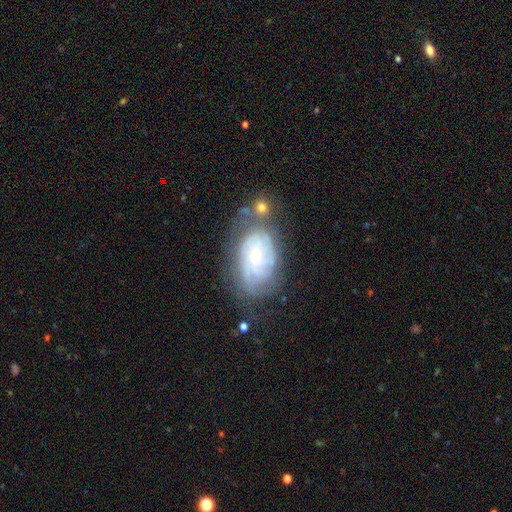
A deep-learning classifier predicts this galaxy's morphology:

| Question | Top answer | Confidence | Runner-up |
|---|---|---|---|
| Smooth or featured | featured or disk | 80% | smooth (13%) |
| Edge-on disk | no | 96% | yes (4%) |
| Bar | no | 74% | weak (21%) |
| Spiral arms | yes | 91% | no (9%) |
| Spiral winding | tight | 75% | medium (20%) |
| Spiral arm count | can't tell | 46% | 3 (16%) |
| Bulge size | small | 55% | moderate (41%) |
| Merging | none | 59% | minor disturbance (22%) |